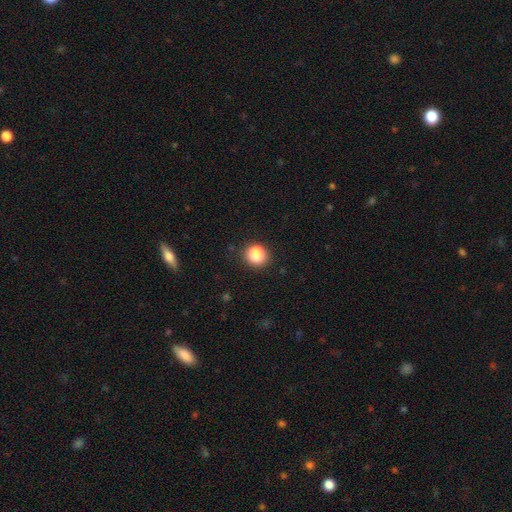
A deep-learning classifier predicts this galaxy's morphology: Smooth or featured: smooth — 84% (star or artifact — 11%)
How rounded: round — 81% (in between — 18%)
Merging: none — 87% (minor disturbance — 9%)